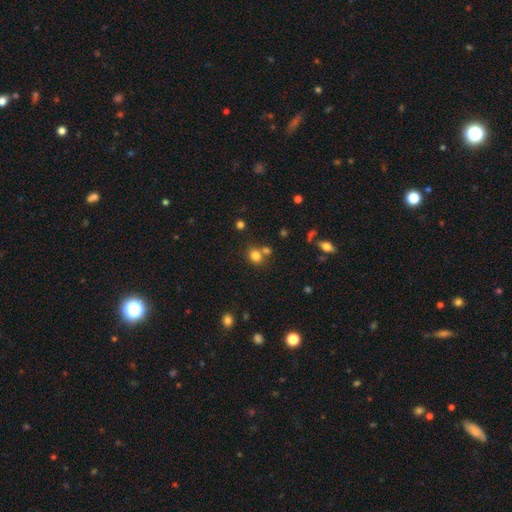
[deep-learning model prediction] Overall: smooth (80%). How rounded: round (69%; in between 30%). Merging: none (63%; merger 24%).